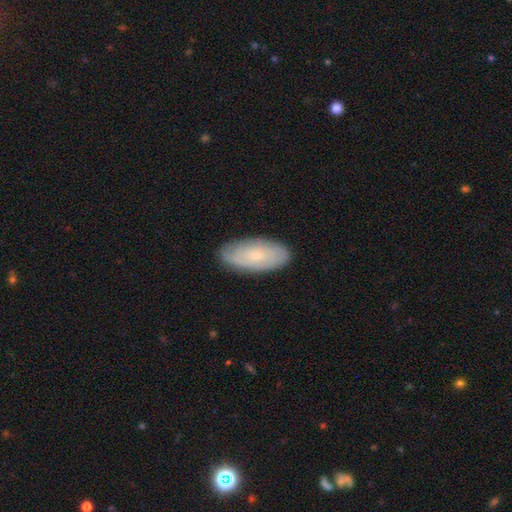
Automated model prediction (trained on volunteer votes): Smooth or featured? Predicted: smooth (p=0.50). Merging? Predicted: none (p=0.83).